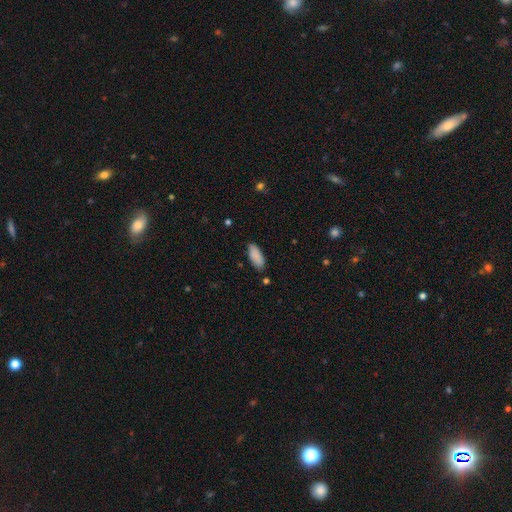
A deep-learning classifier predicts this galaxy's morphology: A smooth galaxy with no disk features (89%) that is in between round and cigar-shaped (78%). Merging: none (84%).